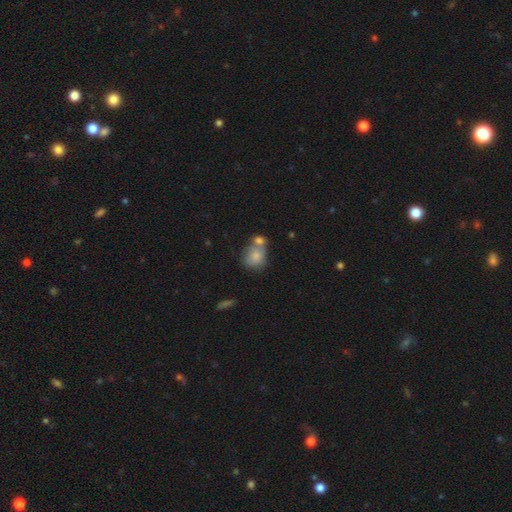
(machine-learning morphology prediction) smooth_or_featured: smooth (p=0.79) [alt: featured or disk p=0.13]
how_rounded: round (p=0.56) [alt: in between p=0.43]
merging: merger (p=0.50) [alt: none p=0.31]